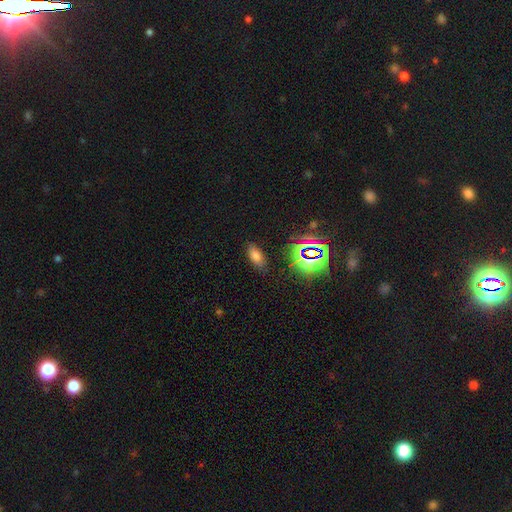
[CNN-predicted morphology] A smooth galaxy with no disk features (68%) that is in between round and cigar-shaped (87%).

Vote fractions:
- Smooth or featured? smooth: 68% / star or artifact: 23% / featured or disk: 9%
- How rounded? in between: 87% / cigar-shaped: 8% / round: 5%
- Merging? none: 83% / minor disturbance: 12% / major disturbance: 4% / merger: 2%